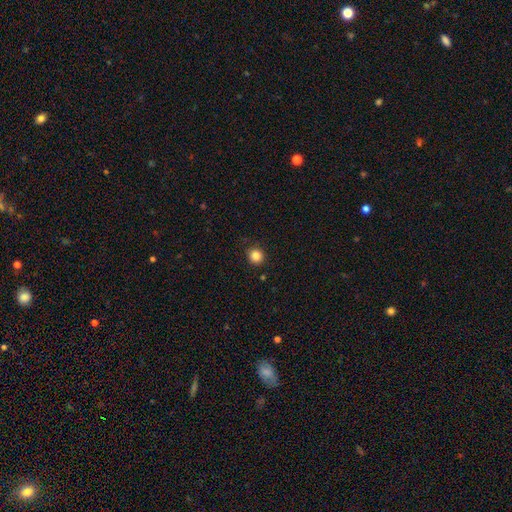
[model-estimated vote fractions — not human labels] smooth 84%, star or artifact 12%, featured or disk 4%. Down the decision tree: how rounded — round (93%); merging — none (90%).